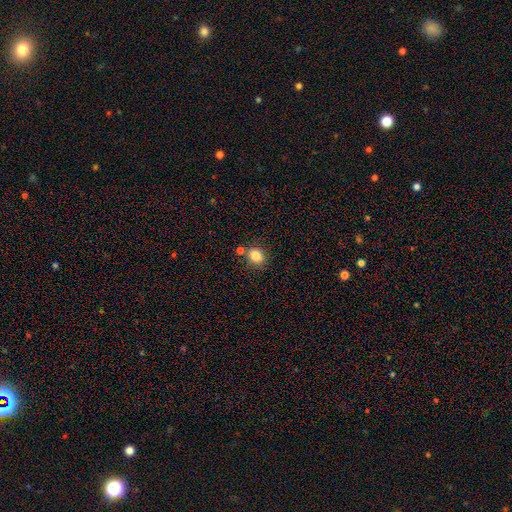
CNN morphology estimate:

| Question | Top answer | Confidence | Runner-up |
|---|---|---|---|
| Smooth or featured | smooth | 82% | star or artifact (11%) |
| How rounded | round | 67% | in between (32%) |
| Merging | none | 76% | merger (11%) |